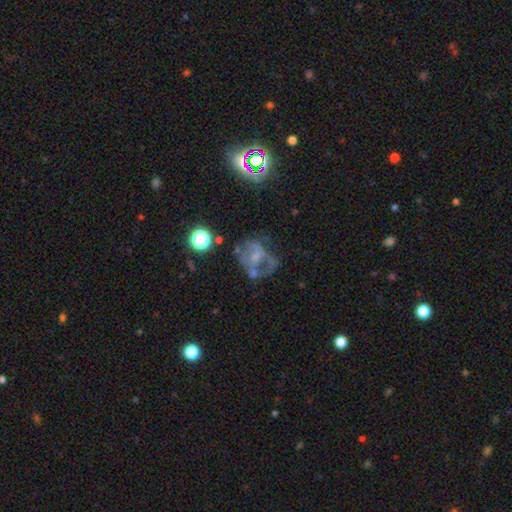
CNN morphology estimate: The model was most divided on "bulge size": none: 37%, small: 33%, moderate: 24%, large: 4%, dominant: 2%. Remaining: edge-on disk — no (97%); bar — no (75%); spiral arms — no (73%); smooth or featured — featured or disk (53%); merging — none (37%).